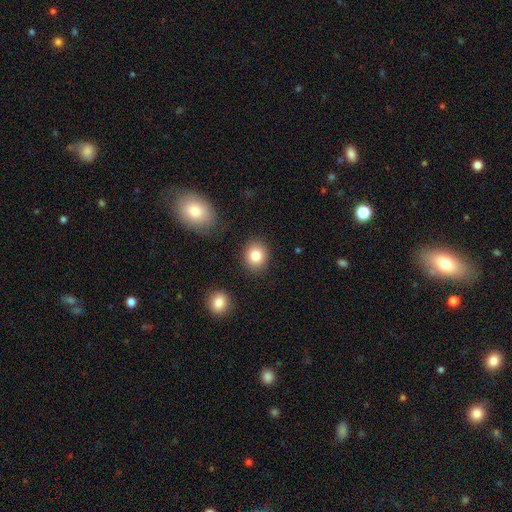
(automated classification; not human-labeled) Q: Smooth or featured?
A: smooth (82%); runner-up: star or artifact (9%)
Q: How rounded?
A: round (71%); runner-up: in between (28%)
Q: Merging?
A: none (86%); runner-up: minor disturbance (8%)